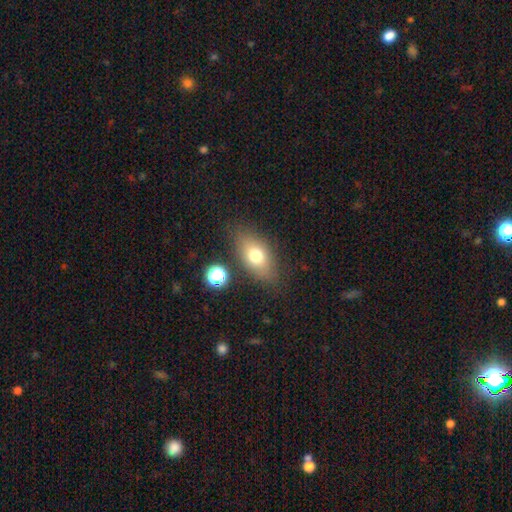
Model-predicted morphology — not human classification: Smooth or featured?
  - smooth: 72% *
  - featured or disk: 18%
  - star or artifact: 11%
How rounded?
  - in between: 84% *
  - round: 12%
  - cigar-shaped: 5%
Merging?
  - none: 78% *
  - minor disturbance: 14%
  - major disturbance: 5%
  - merger: 4%